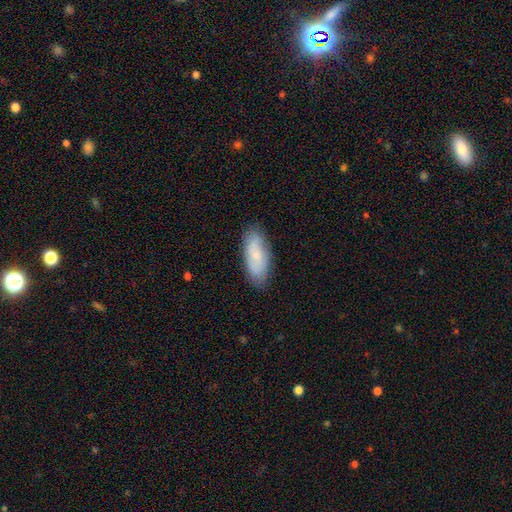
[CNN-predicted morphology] A smooth galaxy with no disk features (67%) that is in between round and cigar-shaped (78%). Merging: none (82%).